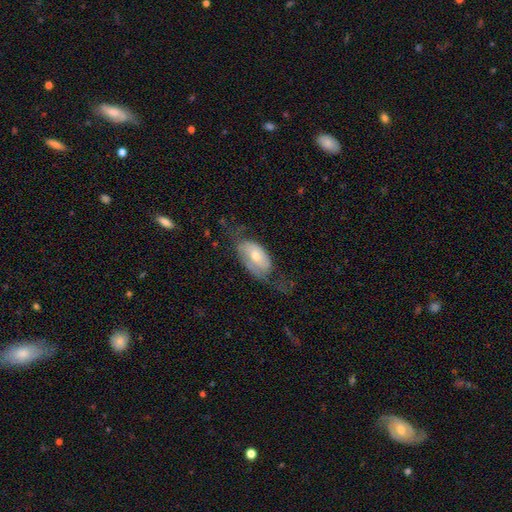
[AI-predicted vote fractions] This appears to be a featured or disk galaxy (55%) with no bar (67%), spiral arms (68%) and a moderate central bulge (53%). Merging: none (40%).